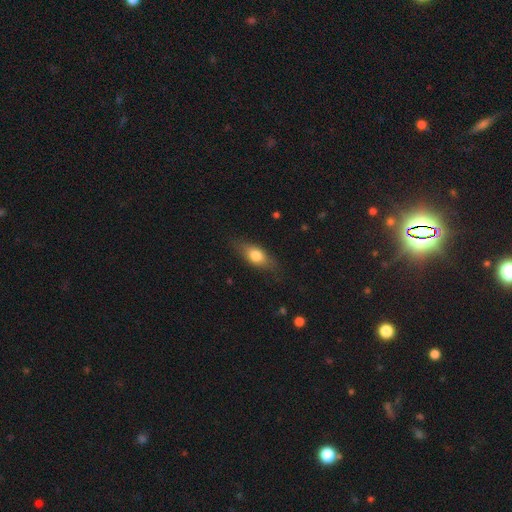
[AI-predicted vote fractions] Smooth or featured? Predicted: smooth (p=0.70). How rounded? Predicted: in between (p=0.74). Merging? Predicted: none (p=0.78).